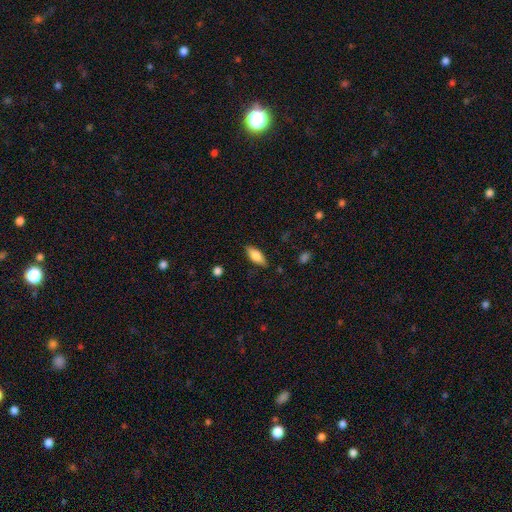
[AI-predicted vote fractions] smooth-or-featured: smooth: 76% | featured or disk: 18% | star or artifact: 6%
  how-rounded: in between: 78% | cigar-shaped: 20% | round: 2%
  merging: none: 85% | minor disturbance: 11% | major disturbance: 2% | merger: 1%